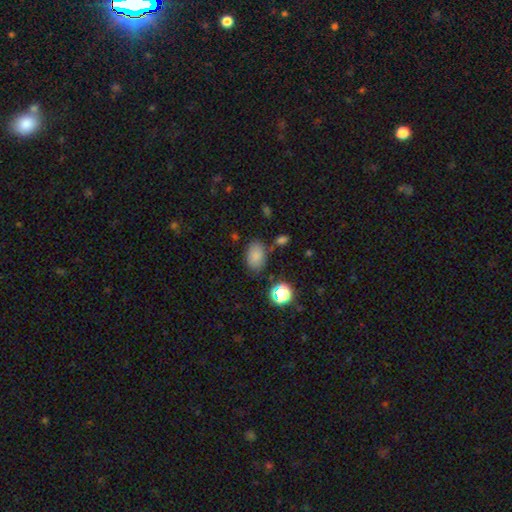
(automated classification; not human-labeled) smooth-or-featured: smooth: 80% | star or artifact: 13% | featured or disk: 7%
  how-rounded: in between: 83% | round: 16% | cigar-shaped: 1%
  merging: none: 75% | minor disturbance: 15% | merger: 6% | major disturbance: 4%